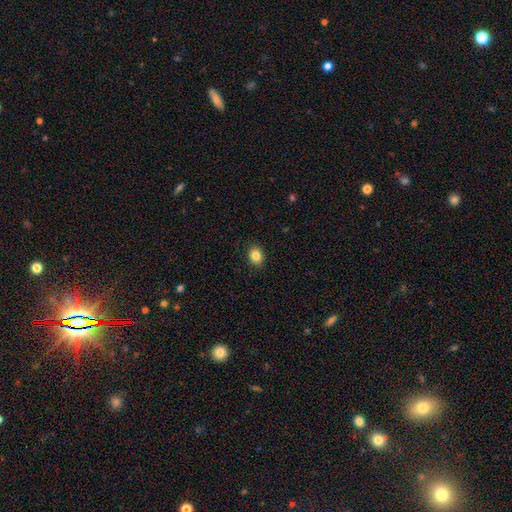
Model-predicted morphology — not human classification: Overall: smooth (85%). How rounded: in between (50%; round 49%). Merging: none (90%).